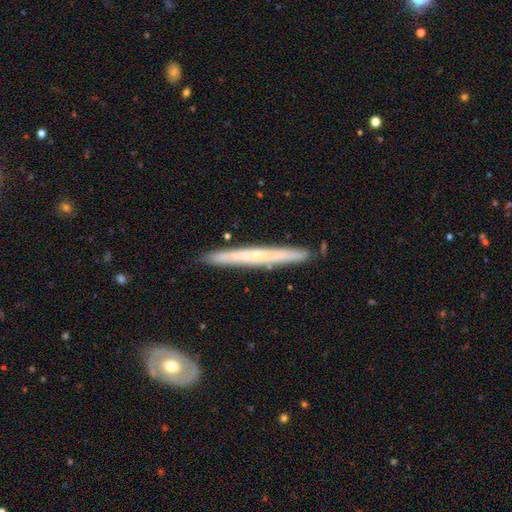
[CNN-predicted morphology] A featured or disk galaxy (56%) viewed edge-on (94%) with no central bulge (68%). Merging: none (90%).